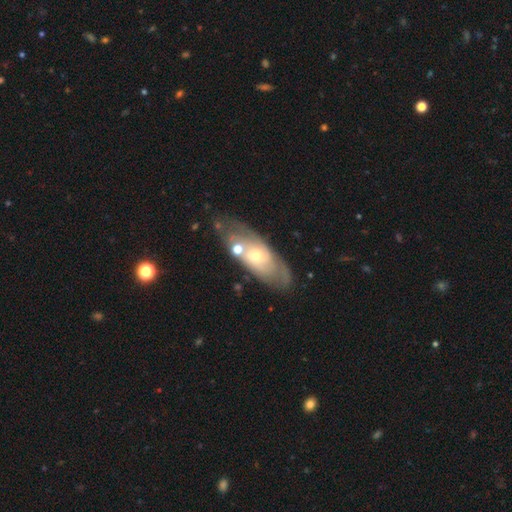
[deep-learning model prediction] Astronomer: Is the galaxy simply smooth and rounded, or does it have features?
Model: featured or disk — 63%.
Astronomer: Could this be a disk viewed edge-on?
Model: no — 83%.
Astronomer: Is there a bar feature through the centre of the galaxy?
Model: no — 73%.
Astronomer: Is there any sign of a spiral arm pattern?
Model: yes — 67%.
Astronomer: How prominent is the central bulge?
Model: small — 49% (runner-up: moderate, 44%).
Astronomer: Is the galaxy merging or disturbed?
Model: none — 65%.